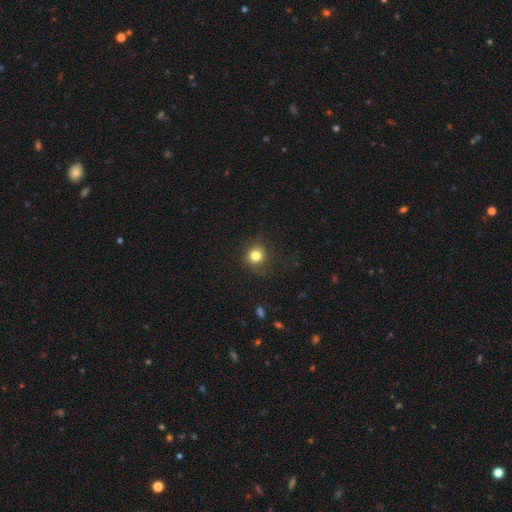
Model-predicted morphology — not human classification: A smooth galaxy with no disk features (80%) that is round (89%). Merging: none (74%).